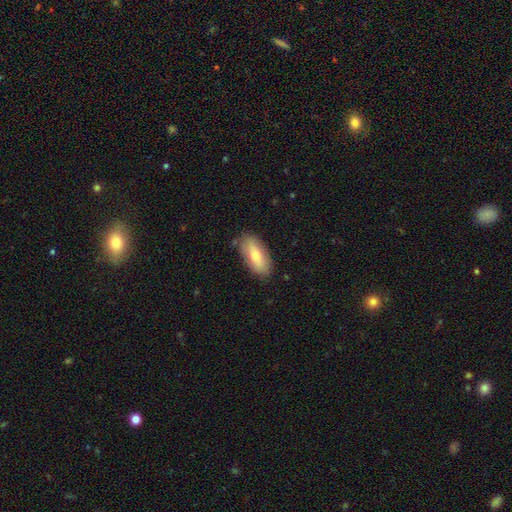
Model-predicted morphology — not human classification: Smooth or featured?
  - smooth: 68% *
  - featured or disk: 25%
  - star or artifact: 7%
How rounded?
  - in between: 87% *
  - cigar-shaped: 10%
  - round: 3%
Merging?
  - none: 83% *
  - minor disturbance: 13%
  - major disturbance: 3%
  - merger: 1%